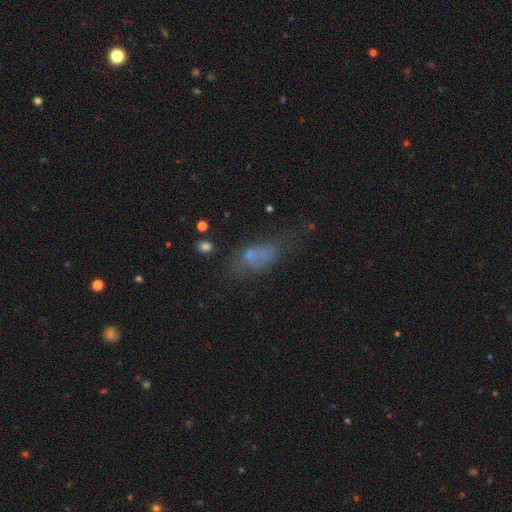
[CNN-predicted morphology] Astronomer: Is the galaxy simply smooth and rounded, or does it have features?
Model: smooth — 50% (runner-up: featured or disk, 29%).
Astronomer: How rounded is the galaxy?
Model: in between — 74%.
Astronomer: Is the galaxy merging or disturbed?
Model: none — 33% (runner-up: major disturbance, 26%).